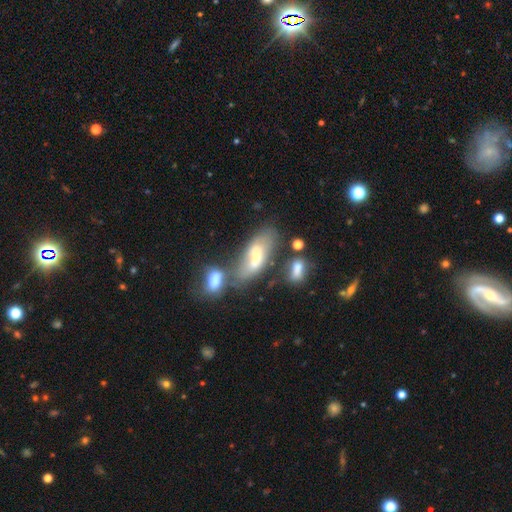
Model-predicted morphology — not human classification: This appears to be a smooth galaxy with no disk features (50%). Merging: none (38%).